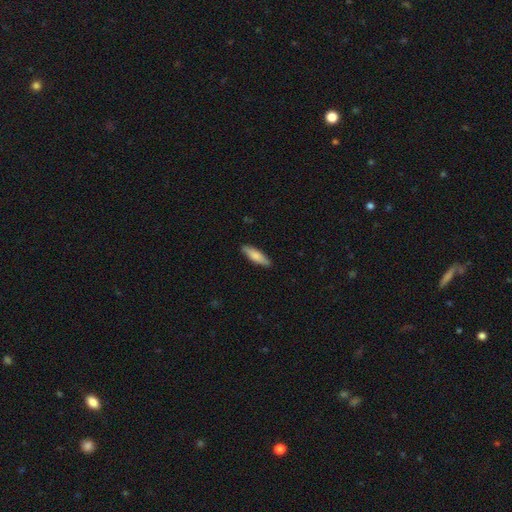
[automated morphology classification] This appears to be a smooth galaxy with no disk features (80%) that is cigar-shaped (61%). Merging: none (88%).